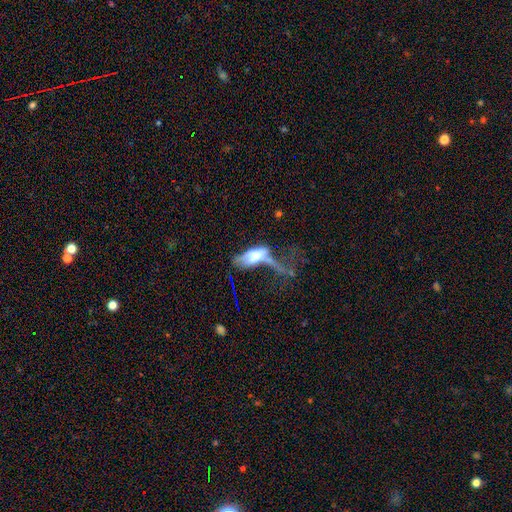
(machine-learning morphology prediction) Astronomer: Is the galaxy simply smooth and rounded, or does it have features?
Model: smooth — 51% (runner-up: featured or disk, 41%).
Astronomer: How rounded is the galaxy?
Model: in between — 74%.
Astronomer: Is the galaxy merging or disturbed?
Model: major disturbance — 54%.